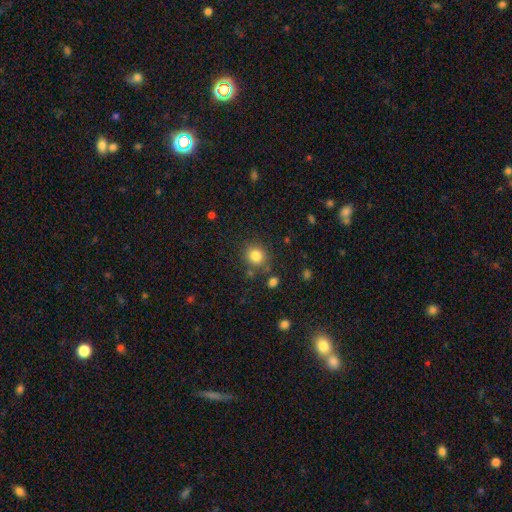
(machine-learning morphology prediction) type=smooth (82%); roundness=round (84%); merging=none (80%).